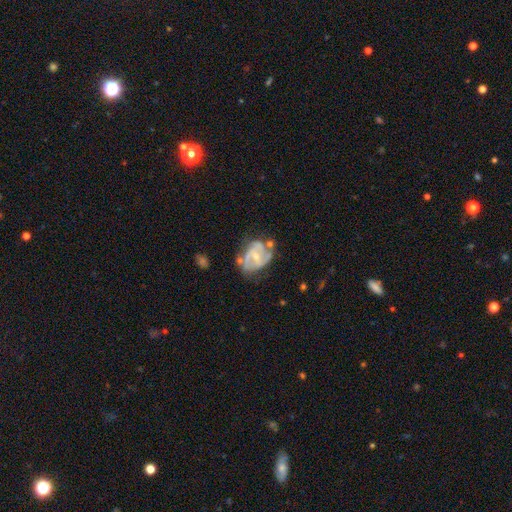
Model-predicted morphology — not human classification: type=featured or disk (76%); edge-on=no (97%); bar=weak (45%); spiral arms=yes (80%); winding=medium (46%); arm count=2 (59%); bulge=small (52%); merging=none (46%).